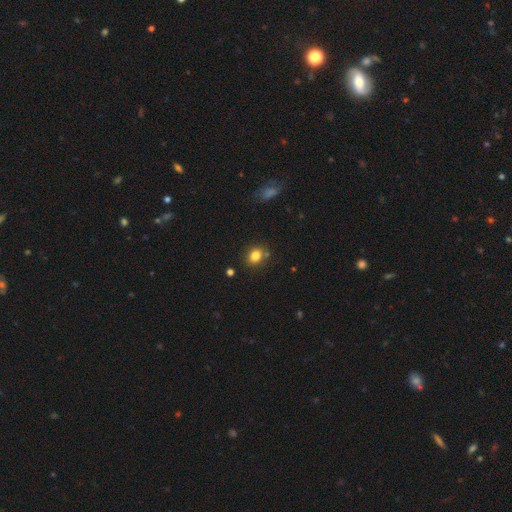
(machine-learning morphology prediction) This appears to be a smooth galaxy with no disk features (82%) that is in between round and cigar-shaped (50%). Merging: none (79%).